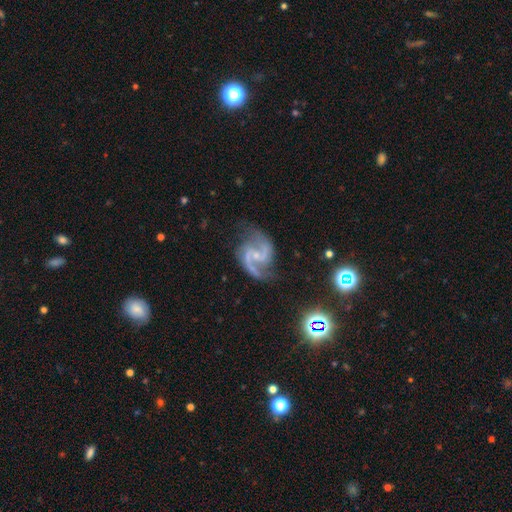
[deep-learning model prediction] featured or disk 92%, star or artifact 5%, smooth 3%. Down the decision tree: edge-on disk — no (98%); bar — weak (47%); spiral arms — yes (98%); spiral arm count — 2 (93%); spiral winding — medium (60%); bulge size — small (63%); merging — none (72%).